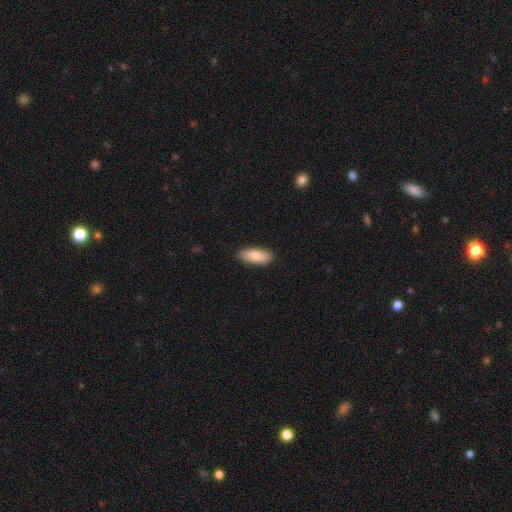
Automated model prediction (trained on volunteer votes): Q: Smooth or featured?
A: smooth (84%); runner-up: featured or disk (10%)
Q: How rounded?
A: in between (76%); runner-up: cigar-shaped (21%)
Q: Merging?
A: none (87%); runner-up: minor disturbance (10%)